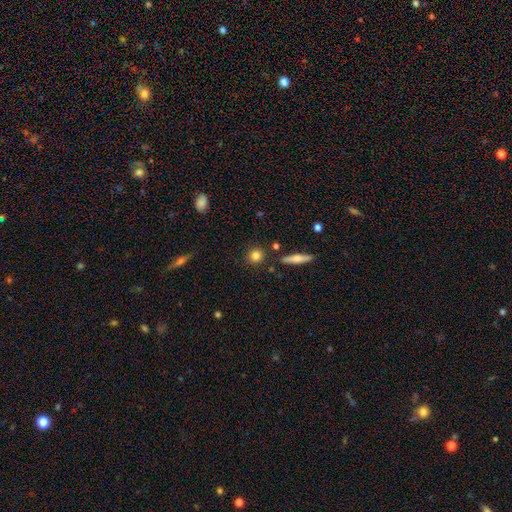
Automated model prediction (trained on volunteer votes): smooth-or-featured: smooth: 80% | featured or disk: 11% | star or artifact: 9%
  how-rounded: round: 87% | in between: 10% | cigar-shaped: 3%
  merging: none: 85% | minor disturbance: 7% | merger: 5% | major disturbance: 2%